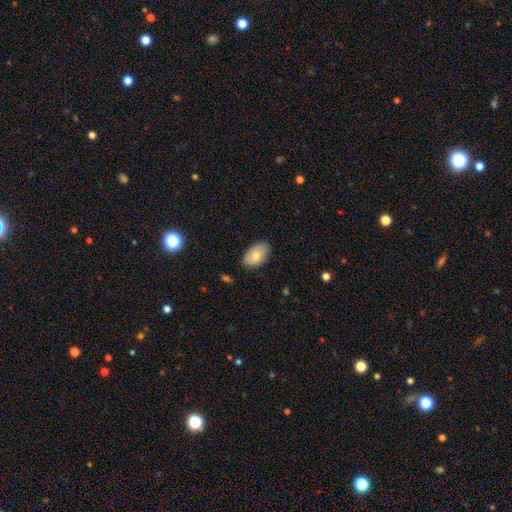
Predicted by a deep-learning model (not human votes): Smooth or featured?
  - smooth: 77% *
  - featured or disk: 17%
  - star or artifact: 7%
How rounded?
  - in between: 93% *
  - round: 6%
  - cigar-shaped: 1%
Merging?
  - none: 82% *
  - minor disturbance: 14%
  - major disturbance: 2%
  - merger: 1%